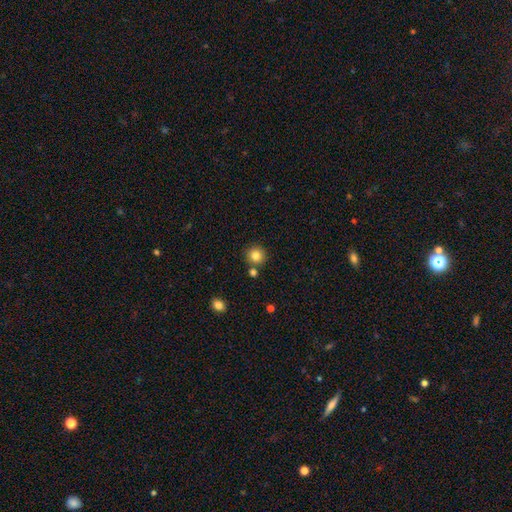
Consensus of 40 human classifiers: smooth 85%, star or artifact 12%, featured or disk 2%. Down the decision tree: how rounded — round (91%); merging — none (77%).